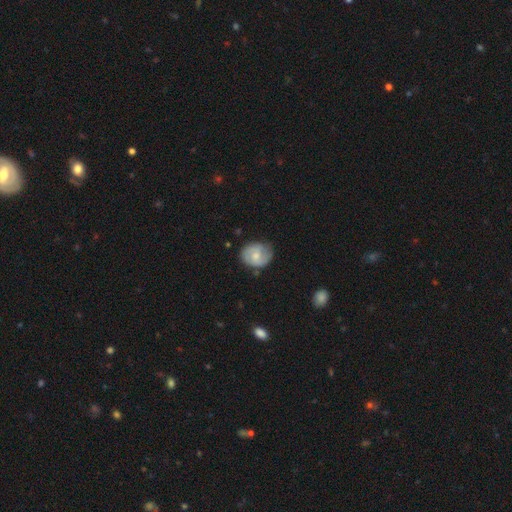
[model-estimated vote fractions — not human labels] Q: Smooth or featured?
A: smooth (47%); runner-up: featured or disk (46%)
Q: Merging?
A: none (68%); runner-up: minor disturbance (24%)